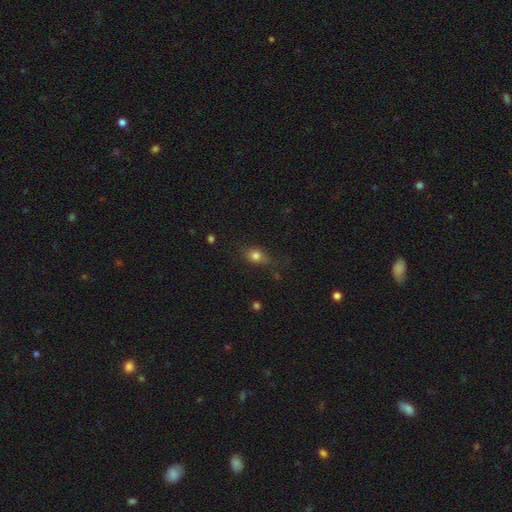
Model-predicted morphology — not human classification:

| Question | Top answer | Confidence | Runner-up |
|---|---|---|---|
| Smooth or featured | smooth | 78% | featured or disk (11%) |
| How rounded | in between | 61% | round (34%) |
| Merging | none | 67% | minor disturbance (23%) |